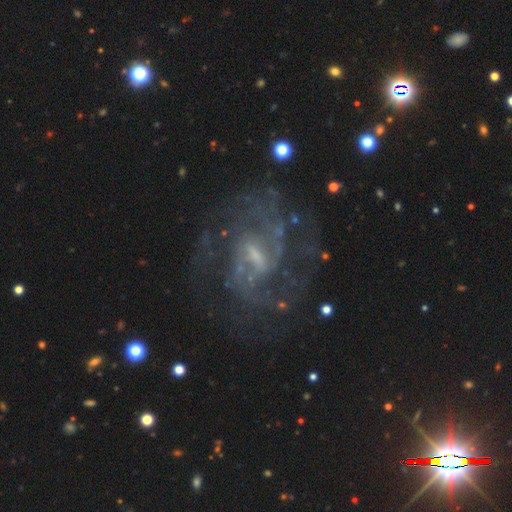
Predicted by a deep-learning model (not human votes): The model was most divided on "spiral winding": medium: 50%, tight: 32%, loose: 18%. Remaining: edge-on disk — no (97%); spiral arms — yes (95%); smooth or featured — featured or disk (88%); merging — none (65%); bar — weak (58%); bulge size — small (52%); spiral arm count — 2 (46%).